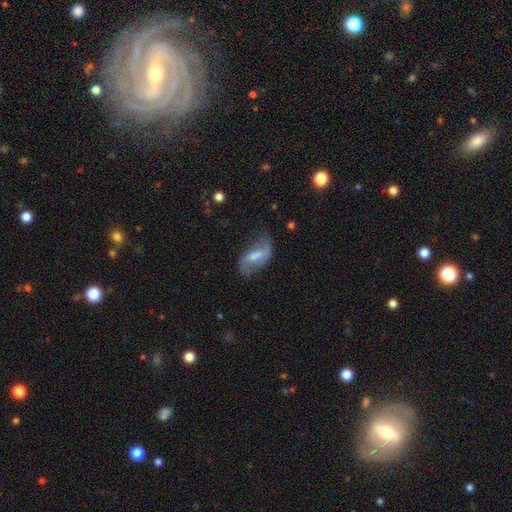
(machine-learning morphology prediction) Smooth or featured?
  - featured or disk: 67% *
  - smooth: 26%
  - star or artifact: 7%
Edge-on disk?
  - no: 94% *
  - yes: 6%
Bar?
  - weak: 47% *
  - strong: 34%
  - no: 19%
Spiral arms?
  - yes: 87% *
  - no: 13%
Spiral winding?
  - loose: 75% *
  - medium: 19%
  - tight: 6%
Spiral arm count?
  - 2: 86% *
  - 1: 6%
  - can't tell: 6%
  - 3: 1%
  - 4: 1%
  - more than 4: 1%
Bulge size?
  - small: 38% *
  - moderate: 34%
  - none: 20%
  - large: 6%
  - dominant: 2%
Merging?
  - none: 60% *
  - minor disturbance: 24%
  - major disturbance: 13%
  - merger: 3%